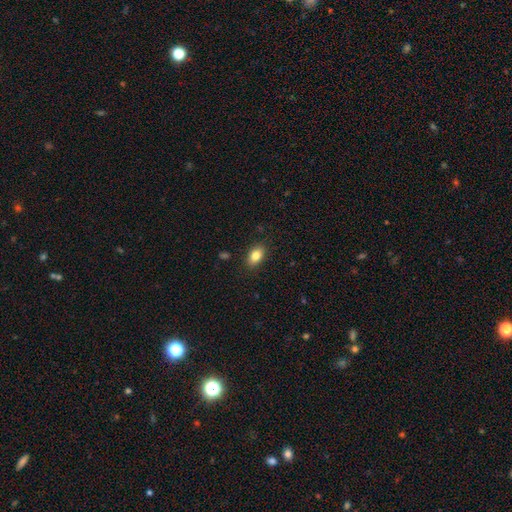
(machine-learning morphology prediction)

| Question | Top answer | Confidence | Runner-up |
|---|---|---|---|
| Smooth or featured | smooth | 83% | star or artifact (8%) |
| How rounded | in between | 87% | round (11%) |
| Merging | none | 87% | minor disturbance (9%) |